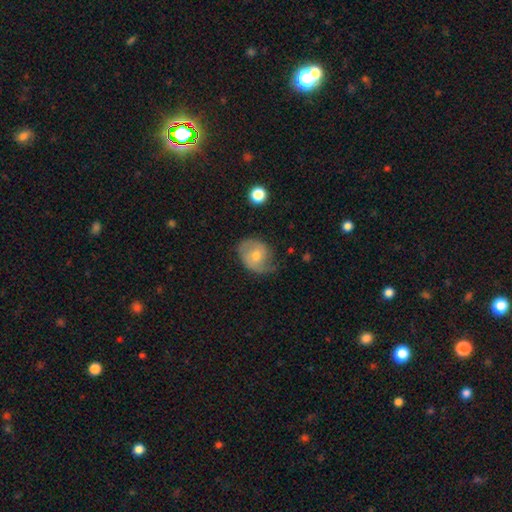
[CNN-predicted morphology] featured or disk 50%, smooth 42%, star or artifact 8%. Down the decision tree: merging — none (56%).